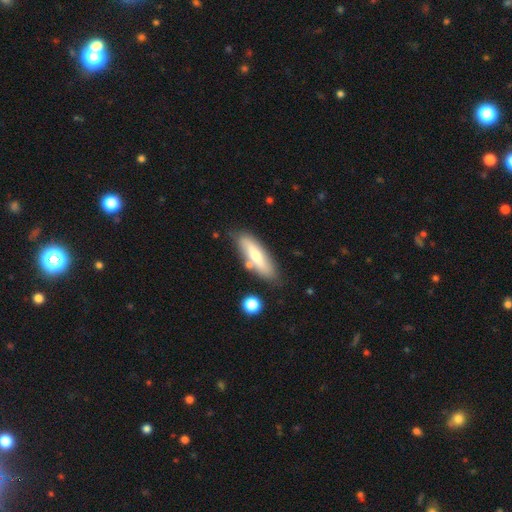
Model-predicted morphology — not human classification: This appears to be a smooth galaxy with no disk features (57%) that is cigar-shaped (55%). Merging: none (74%).